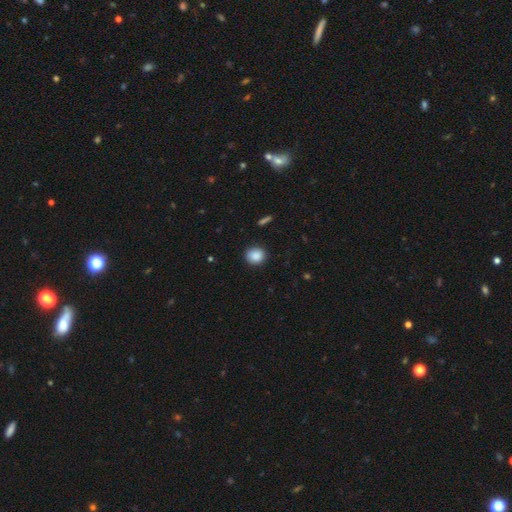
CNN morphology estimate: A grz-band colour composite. It shows a smooth galaxy with no disk features (88%) that is round (78%). Merging: none (88%).